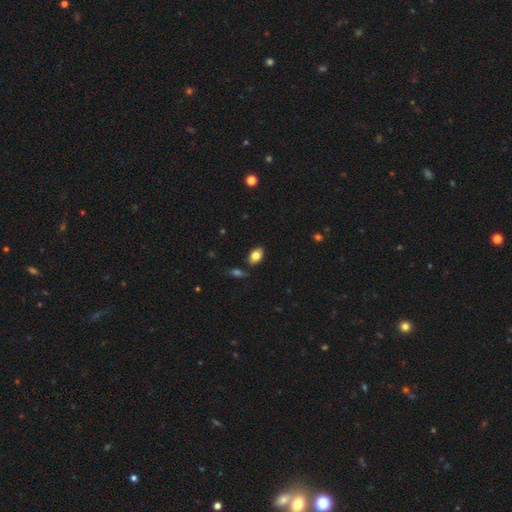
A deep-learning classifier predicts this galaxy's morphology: Smooth or featured? smooth (80%)
How rounded? in between (89%)
Merging? none (82%)